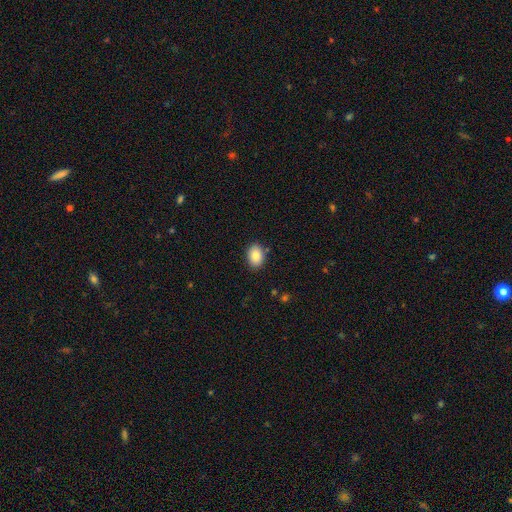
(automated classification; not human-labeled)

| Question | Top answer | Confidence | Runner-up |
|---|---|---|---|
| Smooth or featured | smooth | 87% | star or artifact (8%) |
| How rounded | in between | 79% | round (20%) |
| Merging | none | 86% | minor disturbance (10%) |